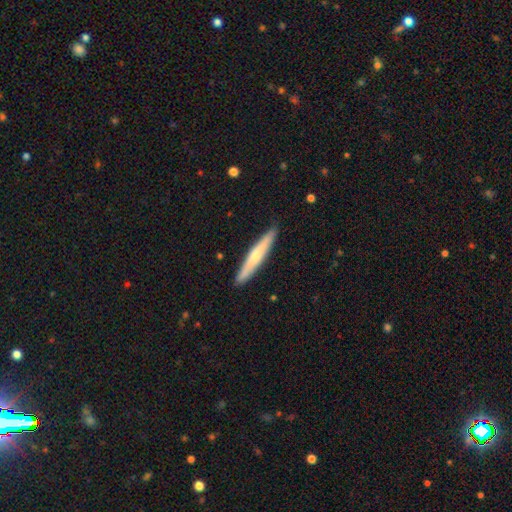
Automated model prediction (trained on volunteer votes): Smooth or featured? smooth (57%)
How rounded? cigar-shaped (94%)
Merging? none (90%)